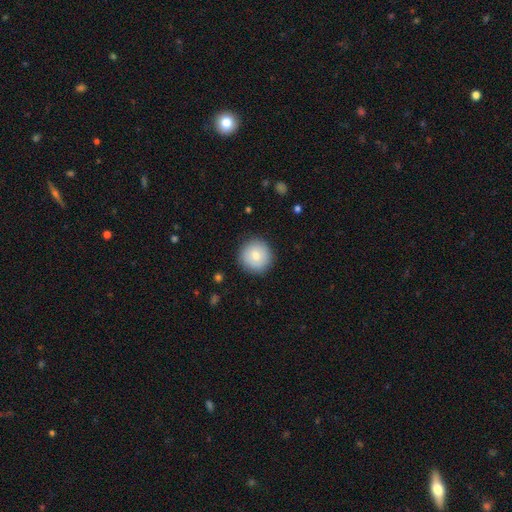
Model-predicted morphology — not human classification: Smooth or featured? Predicted: smooth (p=0.79). How rounded? Predicted: round (p=0.95). Merging? Predicted: none (p=0.89).